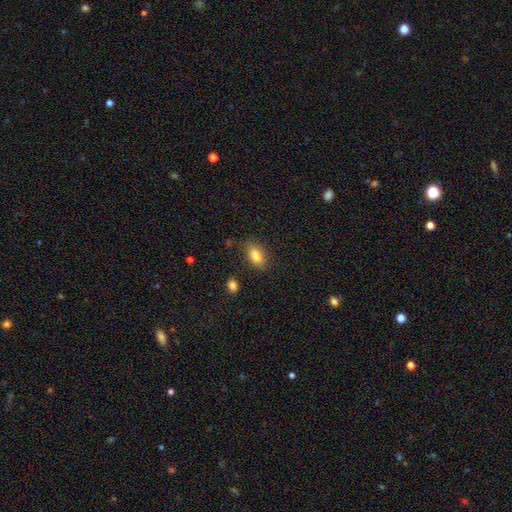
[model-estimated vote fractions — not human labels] Morphology: type=smooth (84%); roundness=in between (88%); merging=none (83%).